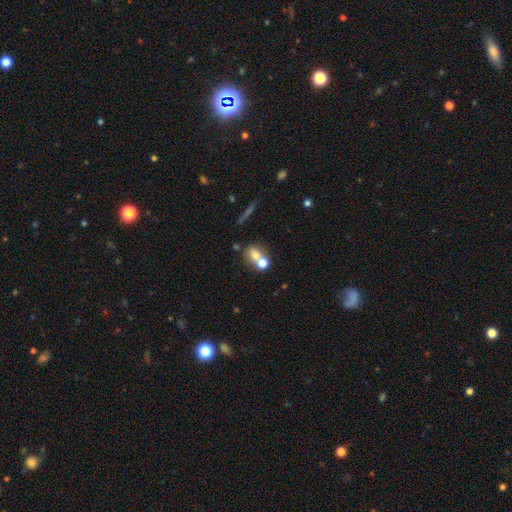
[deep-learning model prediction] This appears to be a smooth galaxy with no disk features (66%) that is round (63%). Merging: merger (55%).